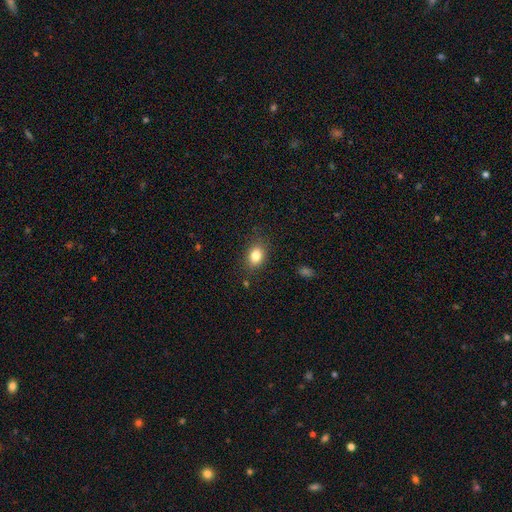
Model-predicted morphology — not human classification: smooth_or_featured: smooth (p=0.83) [alt: star or artifact p=0.10]
how_rounded: in between (p=0.69) [alt: round p=0.30]
merging: none (p=0.84) [alt: minor disturbance p=0.11]